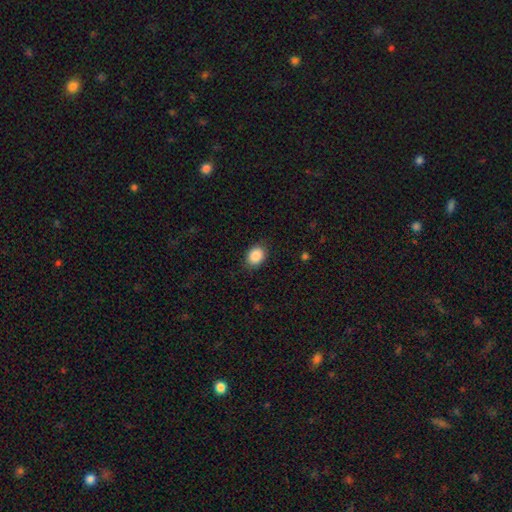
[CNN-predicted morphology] This appears to be a smooth galaxy with no disk features (88%) that is in between round and cigar-shaped (57%). Merging: none (84%).